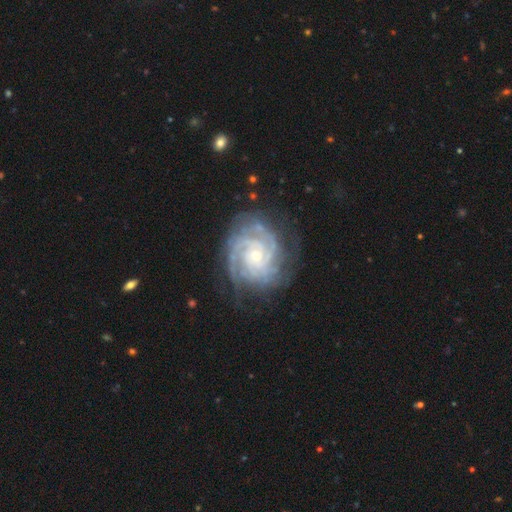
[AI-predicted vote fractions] Q: Smooth or featured?
A: featured or disk (90%); runner-up: star or artifact (5%)
Q: Edge-on disk?
A: no (98%); runner-up: yes (2%)
Q: Bar?
A: no (73%); runner-up: weak (21%)
Q: Spiral arms?
A: yes (98%); runner-up: no (2%)
Q: Spiral winding?
A: tight (77%); runner-up: medium (20%)
Q: Spiral arm count?
A: 4 (24%); runner-up: 3 (23%)
Q: Bulge size?
A: small (70%); runner-up: moderate (25%)
Q: Merging?
A: none (75%); runner-up: minor disturbance (17%)